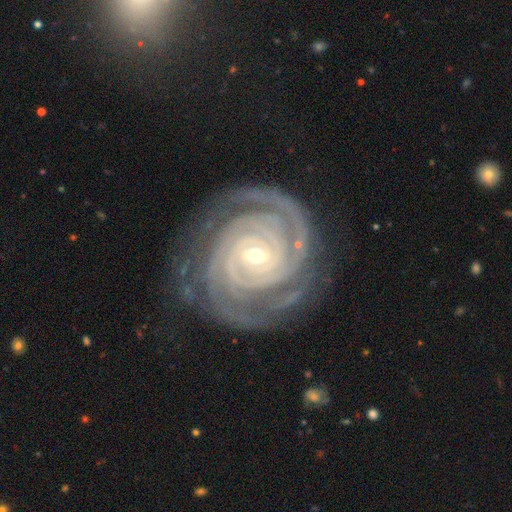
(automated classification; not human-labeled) Smooth or featured?
  - featured or disk: 93% *
  - star or artifact: 4%
  - smooth: 2%
Edge-on disk?
  - no: 98% *
  - yes: 2%
Bar?
  - weak: 37% *
  - no: 36%
  - strong: 27%
Spiral arms?
  - yes: 99% *
  - no: 1%
Spiral winding?
  - tight: 89% *
  - medium: 10%
  - loose: 1%
Spiral arm count?
  - 2: 38% *
  - 3: 22%
  - 4: 14%
  - can't tell: 12%
  - more than 4: 8%
  - 1: 7%
Bulge size?
  - small: 60% *
  - moderate: 37%
  - large: 1%
  - none: 1%
  - dominant: 1%
Merging?
  - none: 80% *
  - minor disturbance: 14%
  - major disturbance: 5%
  - merger: 1%